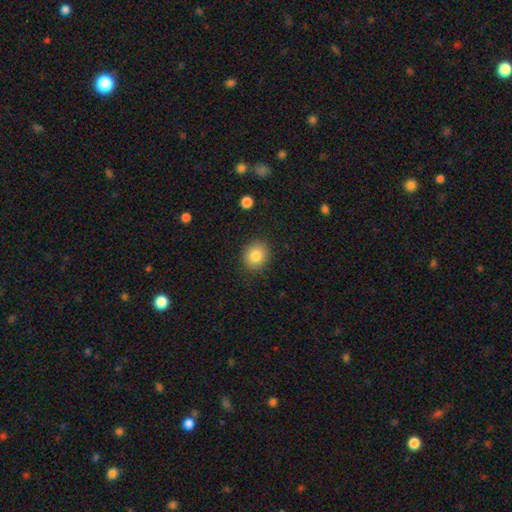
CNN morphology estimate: Smooth or featured? smooth (84%)
How rounded? round (75%)
Merging? none (87%)